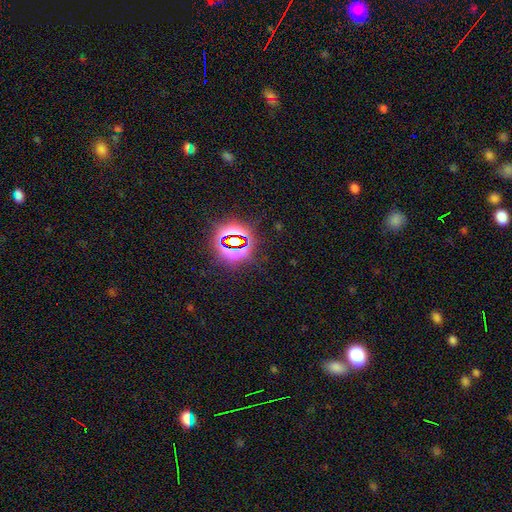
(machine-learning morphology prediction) Overall: star or artifact (79%).